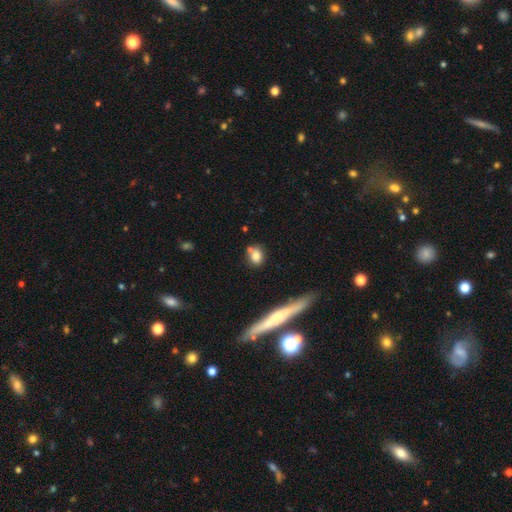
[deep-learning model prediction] Smooth or featured? Predicted: smooth (p=0.77). How rounded? Predicted: in between (p=0.48). Merging? Predicted: none (p=0.60).